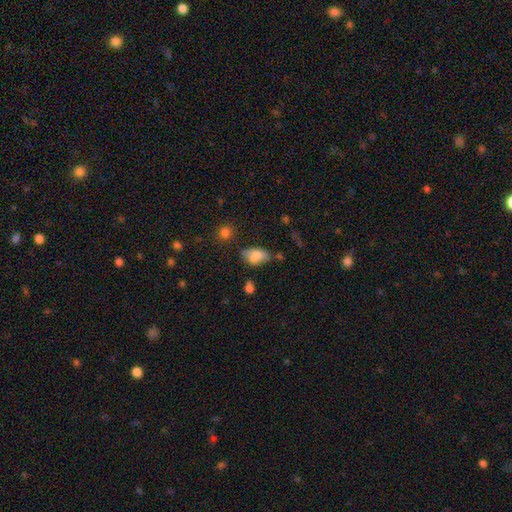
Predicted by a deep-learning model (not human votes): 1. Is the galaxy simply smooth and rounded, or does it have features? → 75% smooth, 14% featured or disk, 10% star or artifact.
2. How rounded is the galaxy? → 88% in between, 8% round, 3% cigar-shaped.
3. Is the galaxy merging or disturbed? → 50% none, 30% minor disturbance, 11% major disturbance, 10% merger.